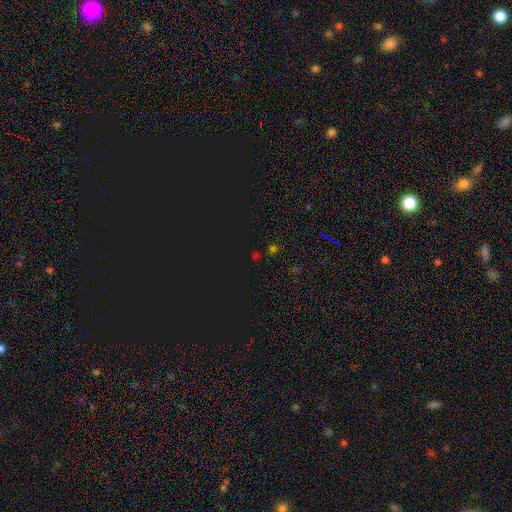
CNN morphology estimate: Smooth or featured?
  - star or artifact: 67% *
  - smooth: 27%
  - featured or disk: 6%